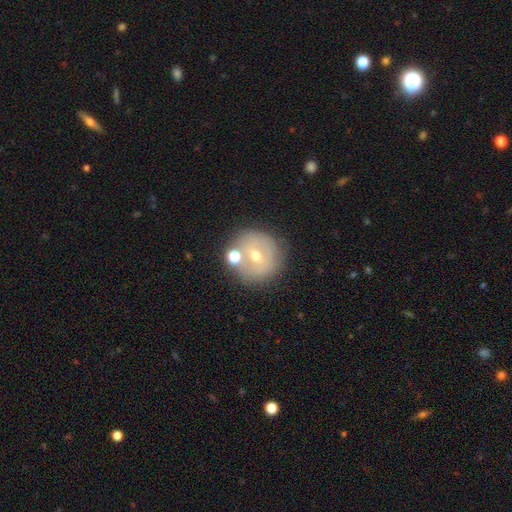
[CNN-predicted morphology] Smooth or featured: smooth — 46% (featured or disk — 41%)
Merging: none — 68% (merger — 15%)